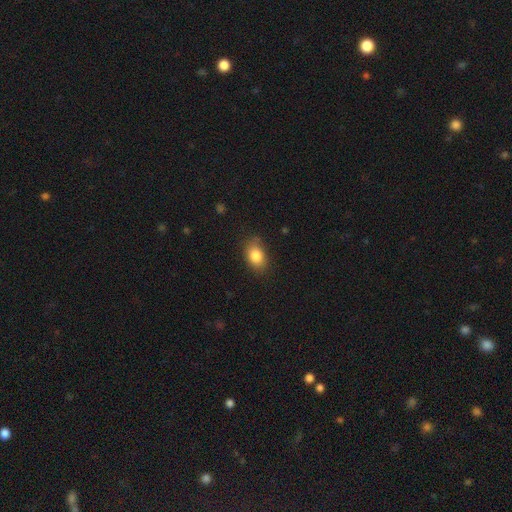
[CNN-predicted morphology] This is clearly a smooth galaxy (83%). How rounded: likely in between (77%). Merging: likely none (76%).